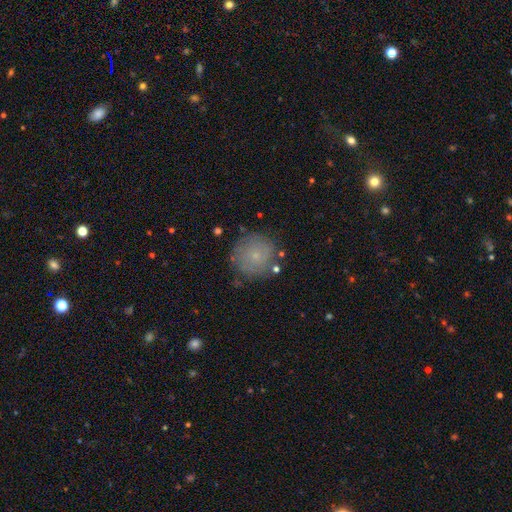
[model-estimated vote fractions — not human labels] A smooth galaxy with no disk features (69%) that is round (93%).

Vote fractions:
- Smooth or featured? smooth: 69% / featured or disk: 21% / star or artifact: 10%
- How rounded? round: 93% / in between: 6% / cigar-shaped: 1%
- Merging? none: 80% / minor disturbance: 13% / major disturbance: 4% / merger: 2%